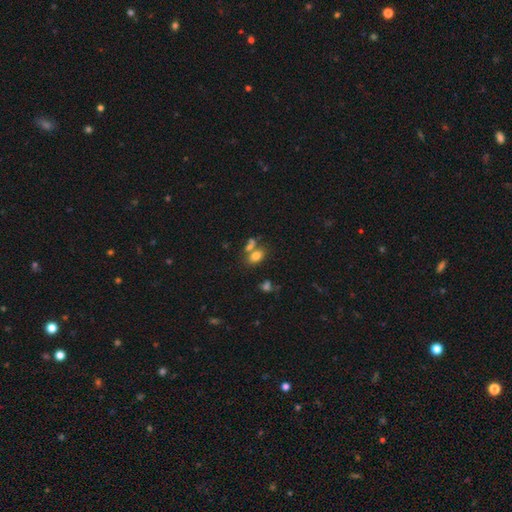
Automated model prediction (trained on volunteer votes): The model was most divided on "merging": none: 52%, merger: 30%, minor disturbance: 12%, major disturbance: 5%. More confident: how rounded — in between (84%); smooth or featured — smooth (78%).